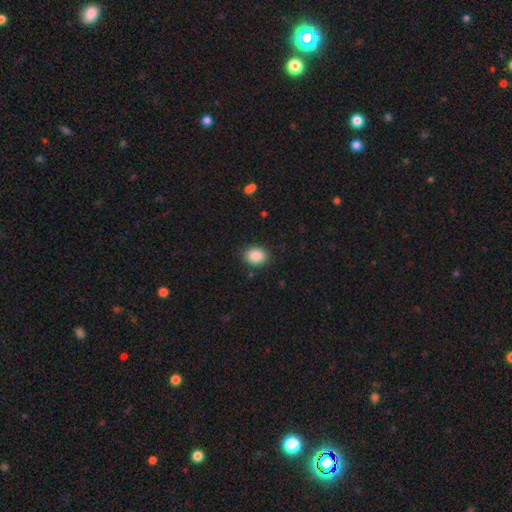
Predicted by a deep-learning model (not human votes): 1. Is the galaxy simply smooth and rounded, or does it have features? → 88% smooth, 9% star or artifact, 3% featured or disk.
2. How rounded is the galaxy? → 50% in between, 49% round, 1% cigar-shaped.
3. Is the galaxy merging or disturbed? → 87% none, 9% minor disturbance, 3% major disturbance, 1% merger.